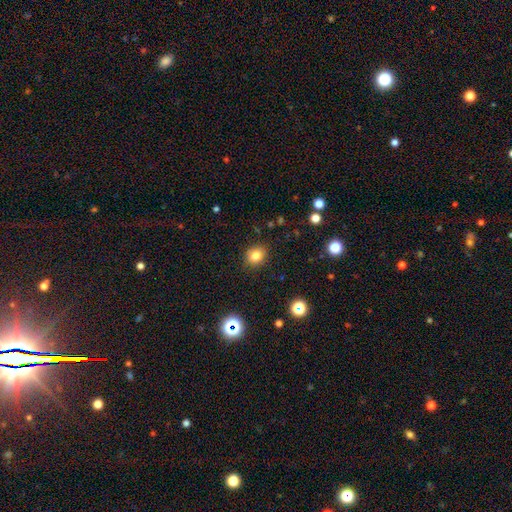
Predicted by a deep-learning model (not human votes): Overall: smooth (80%). How rounded: round (71%). Merging: none (88%).